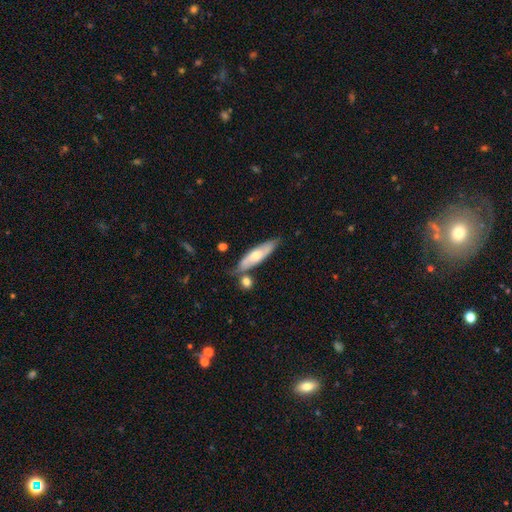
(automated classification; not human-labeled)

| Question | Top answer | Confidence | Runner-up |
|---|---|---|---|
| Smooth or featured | smooth | 52% | featured or disk (42%) |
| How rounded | cigar-shaped | 61% | in between (37%) |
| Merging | none | 67% | minor disturbance (17%) |